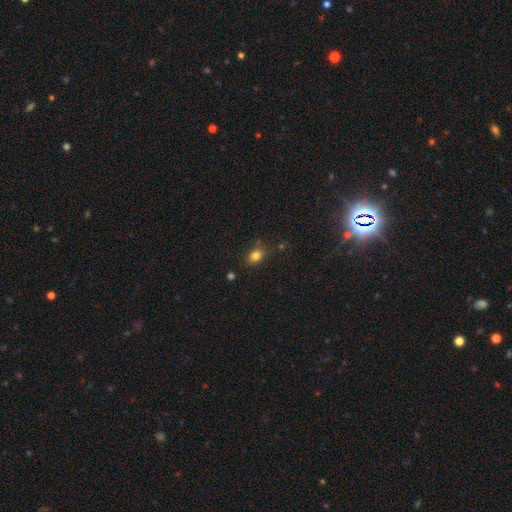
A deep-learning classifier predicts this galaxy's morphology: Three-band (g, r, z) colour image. It shows a smooth galaxy with no disk features (81%) that is in between round and cigar-shaped (65%). Merging: none (75%).